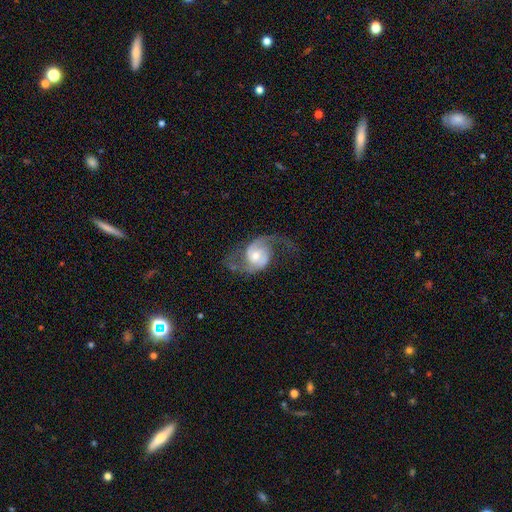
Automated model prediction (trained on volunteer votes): Overall: featured or disk (88%). Edge-on disk: no (98%). Bar: no (58%; weak 33%). Spiral arms: yes (96%). Spiral arm count: 2 (92%). Spiral winding: loose (46%; medium 44%). Bulge size: moderate (52%; small 39%). Merging: none (65%).